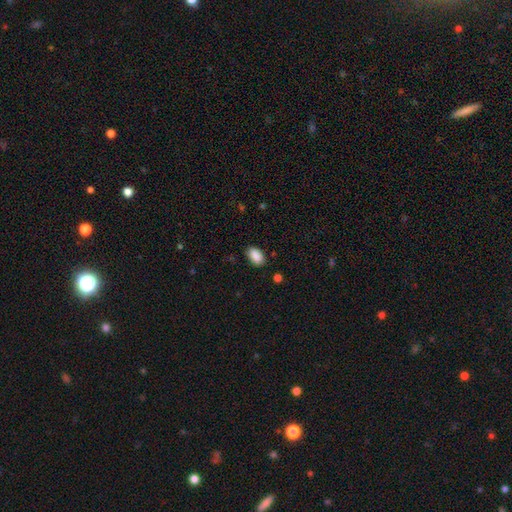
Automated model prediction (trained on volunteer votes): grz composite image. It shows a smooth galaxy with no disk features (89%) that is in between round and cigar-shaped (92%). Merging: none (85%).